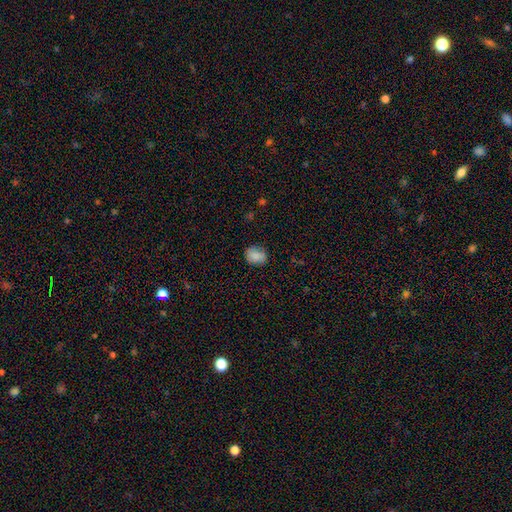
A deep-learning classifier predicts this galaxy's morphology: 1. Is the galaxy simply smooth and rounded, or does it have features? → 85% smooth, 8% star or artifact, 7% featured or disk.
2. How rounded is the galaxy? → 53% round, 46% in between, 1% cigar-shaped.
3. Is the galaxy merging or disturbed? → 79% none, 16% minor disturbance, 3% major disturbance, 1% merger.